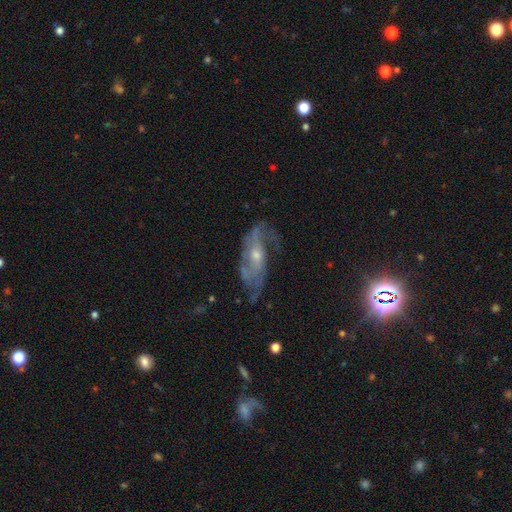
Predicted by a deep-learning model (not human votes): Smooth or featured? Predicted: featured or disk (p=0.76). Edge-on disk? Predicted: no (p=0.88). Bar? Predicted: no (p=0.67). Spiral arms? Predicted: yes (p=0.83). Spiral winding? Predicted: medium (p=0.41). Spiral arm count? Predicted: 2 (p=0.51). Bulge size? Predicted: small (p=0.51). Merging? Predicted: none (p=0.51).